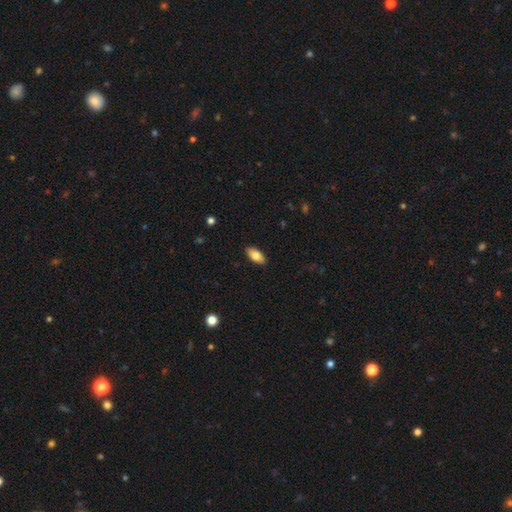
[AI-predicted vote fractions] A smooth galaxy with no disk features (79%) that is in between round and cigar-shaped (91%). Merging: none (89%).